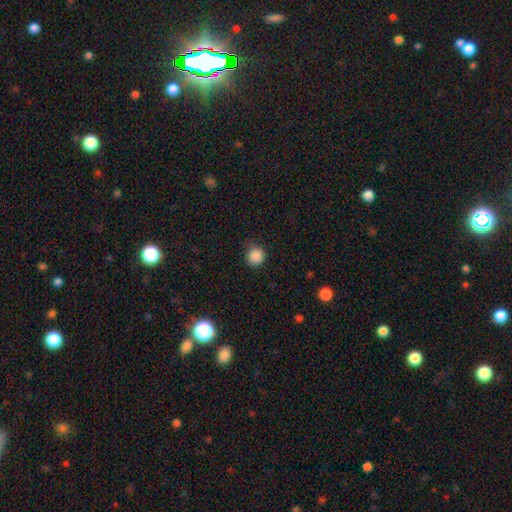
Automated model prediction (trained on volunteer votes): Q: Smooth or featured?
A: smooth (87%); runner-up: star or artifact (10%)
Q: How rounded?
A: round (92%); runner-up: in between (7%)
Q: Merging?
A: none (83%); runner-up: minor disturbance (13%)